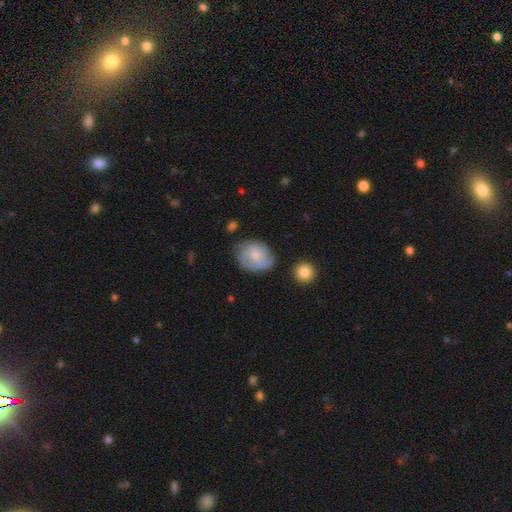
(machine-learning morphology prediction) The model was most divided on "smooth or featured": featured or disk: 48%, smooth: 46%, star or artifact: 7%. More confident: merging — none (59%).